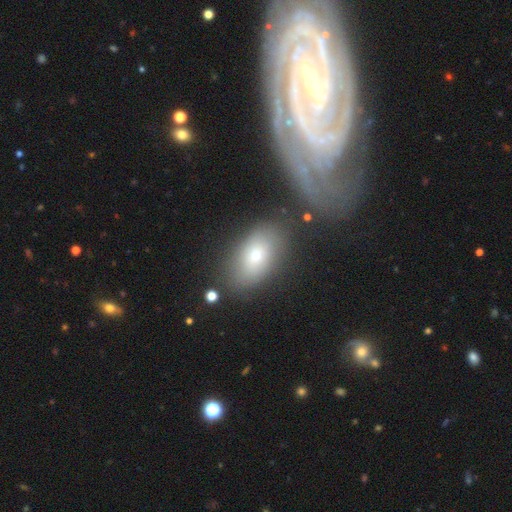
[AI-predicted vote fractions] The model was most divided on "smooth or featured": smooth: 71%, featured or disk: 18%, star or artifact: 11%. More confident: how rounded — in between (86%); merging — none (74%).